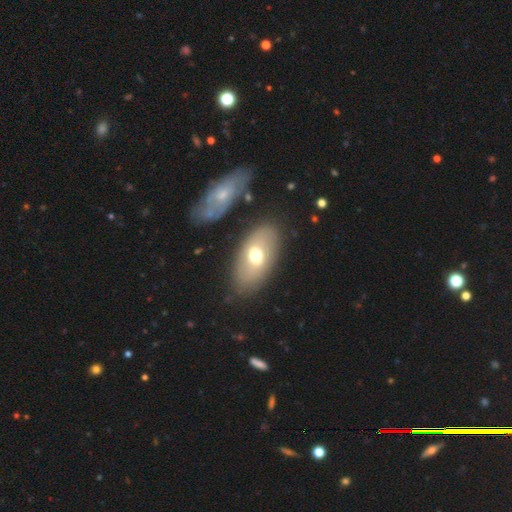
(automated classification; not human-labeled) This is possibly a smooth galaxy (58%). How rounded: clearly in between (91%). Merging: likely none (77%).